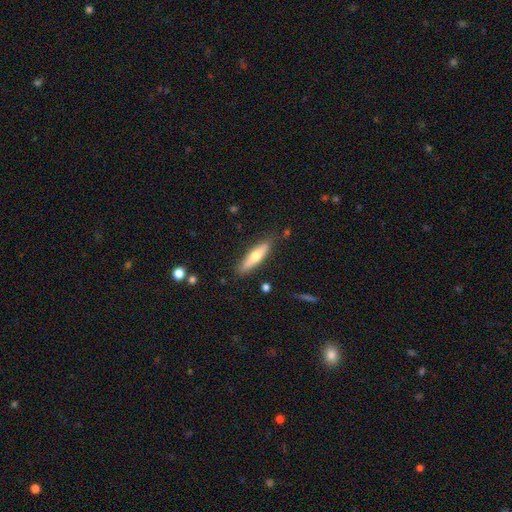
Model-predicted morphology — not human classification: This appears to be a smooth galaxy with no disk features (58%) that is cigar-shaped (73%). Merging: none (84%).